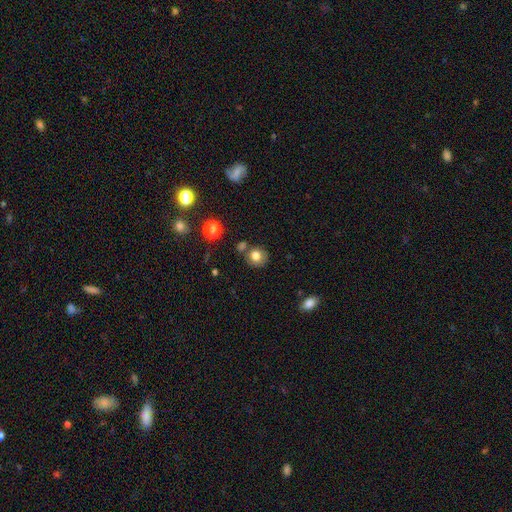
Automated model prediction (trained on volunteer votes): smooth_or_featured: smooth (p=0.78) [alt: star or artifact p=0.12]
how_rounded: round (p=0.79) [alt: in between p=0.20]
merging: none (p=0.70) [alt: minor disturbance p=0.14]